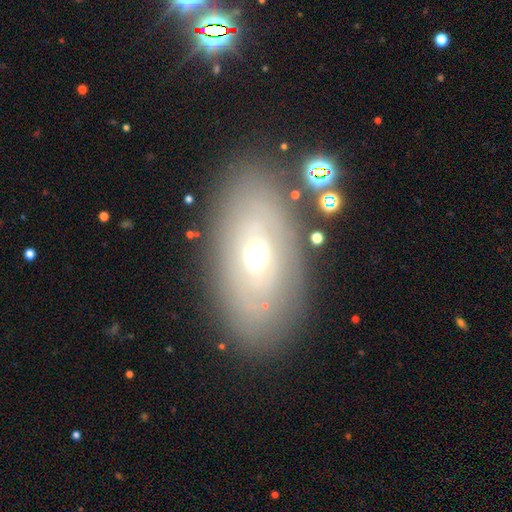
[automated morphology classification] type=smooth (48%); merging=none (81%).